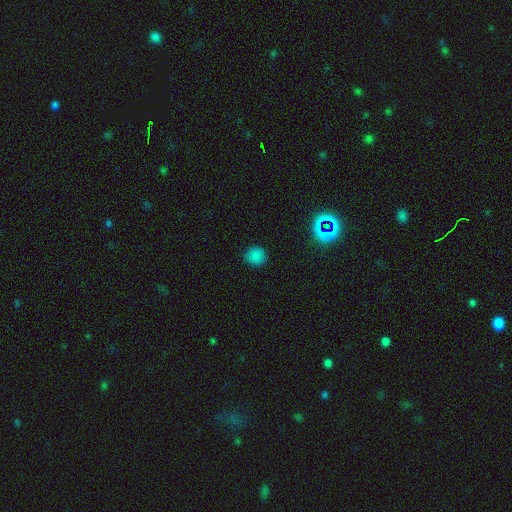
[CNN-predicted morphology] type=smooth (79%); roundness=round (87%); merging=none (88%).